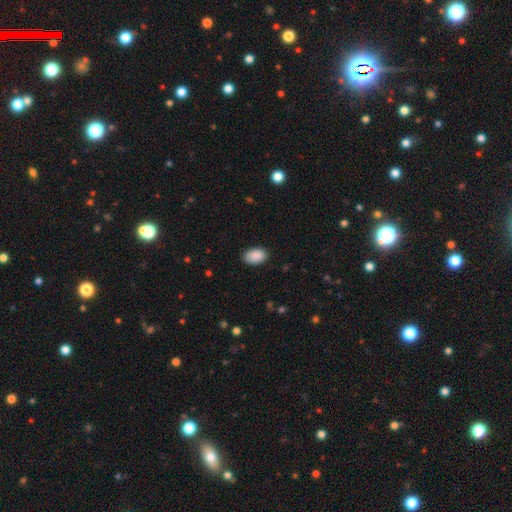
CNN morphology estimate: Q: Smooth or featured?
A: smooth (90%); runner-up: star or artifact (6%)
Q: How rounded?
A: in between (92%); runner-up: round (6%)
Q: Merging?
A: none (87%); runner-up: minor disturbance (10%)